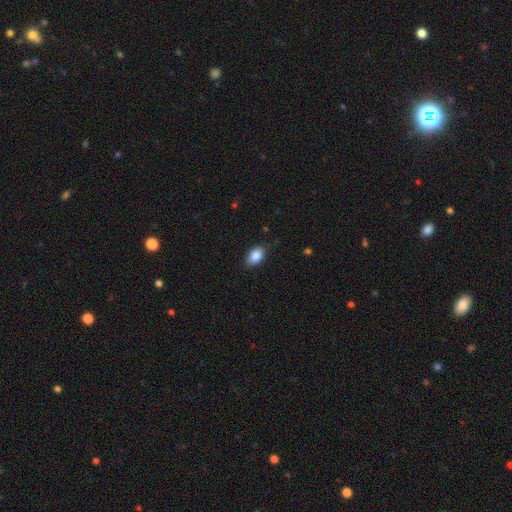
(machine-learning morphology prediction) This appears to be a smooth galaxy with no disk features (88%) that is in between round and cigar-shaped (91%). Merging: none (84%).